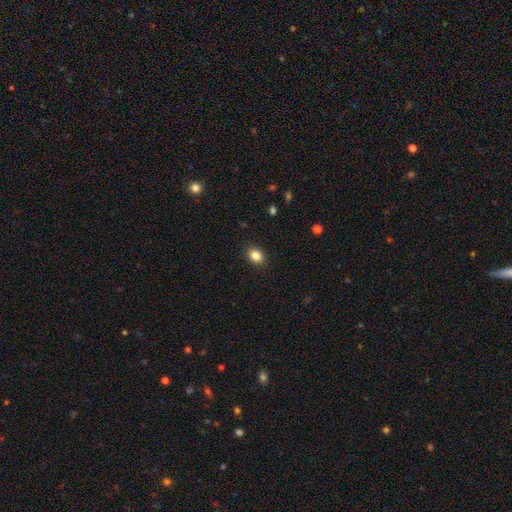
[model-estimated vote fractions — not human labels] The model was most divided on "how rounded": in between: 69%, round: 30%, cigar-shaped: 1%. More confident: merging — none (89%); smooth or featured — smooth (85%).